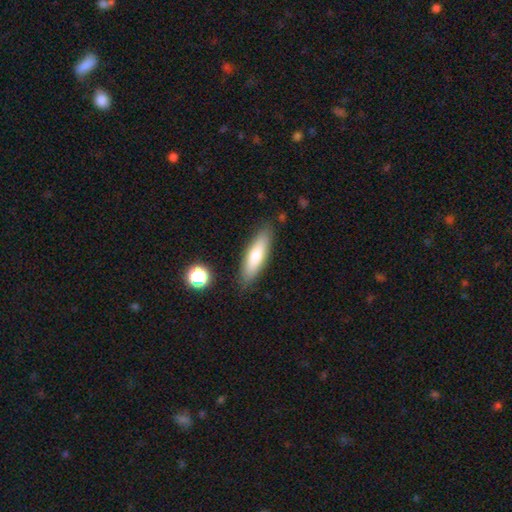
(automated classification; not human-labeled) Smooth or featured: smooth — 70% (featured or disk — 23%)
How rounded: cigar-shaped — 63% (in between — 35%)
Merging: none — 86% (minor disturbance — 10%)